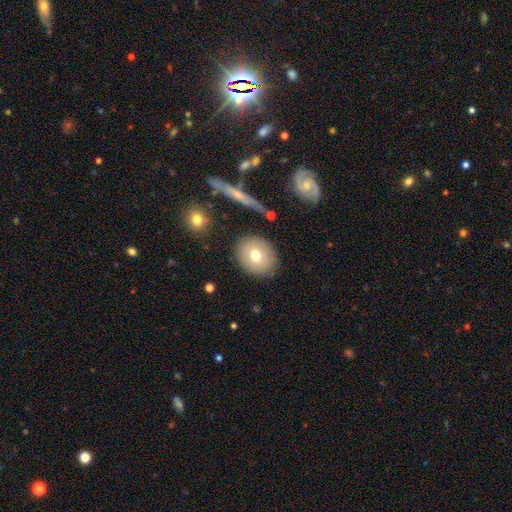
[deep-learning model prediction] This appears to be a smooth galaxy with no disk features (71%) that is round (73%). Merging: none (84%).